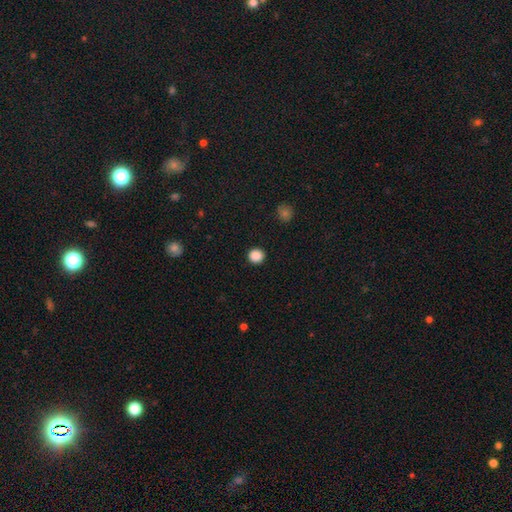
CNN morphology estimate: Smooth or featured?
  - smooth: 88% *
  - star or artifact: 10%
  - featured or disk: 3%
How rounded?
  - round: 93% *
  - in between: 6%
  - cigar-shaped: 1%
Merging?
  - none: 93% *
  - minor disturbance: 4%
  - major disturbance: 2%
  - merger: 1%